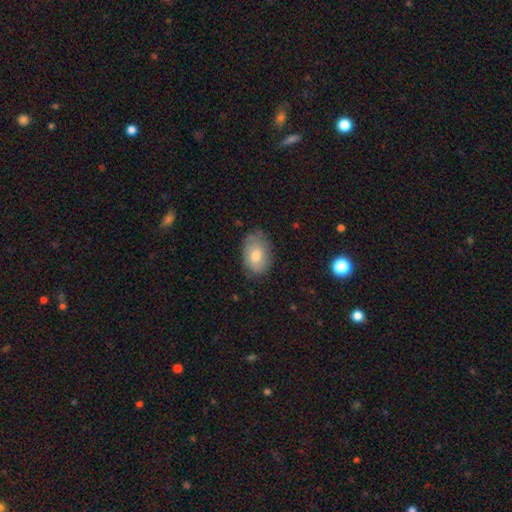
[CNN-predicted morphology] Q: Smooth or featured?
A: smooth (73%); runner-up: featured or disk (19%)
Q: How rounded?
A: in between (88%); runner-up: round (11%)
Q: Merging?
A: none (71%); runner-up: minor disturbance (23%)